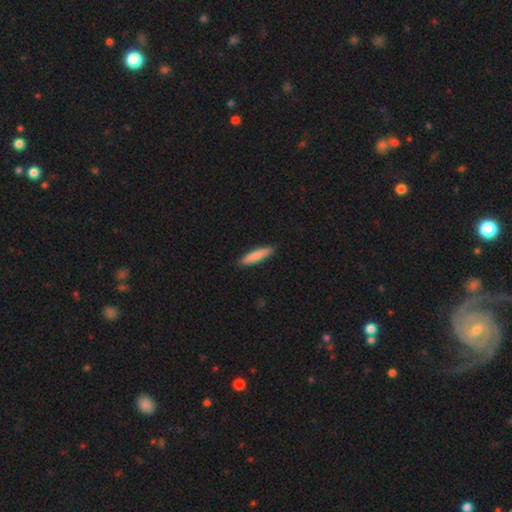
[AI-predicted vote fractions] Overall: smooth (85%). How rounded: cigar-shaped (84%). Merging: none (89%).